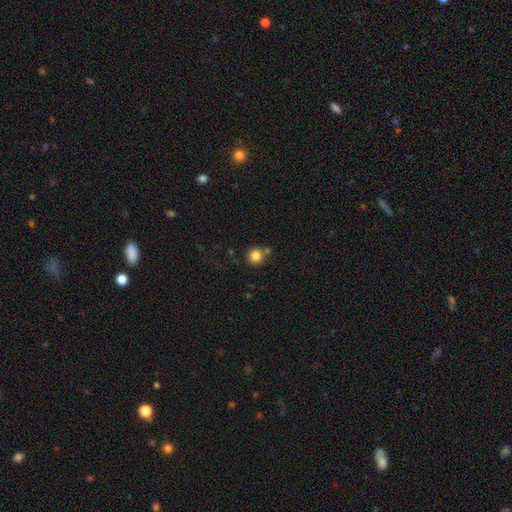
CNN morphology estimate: The model was most divided on "merging": none: 71%, merger: 16%, minor disturbance: 10%, major disturbance: 3%. More confident: how rounded — round (93%); smooth or featured — smooth (83%).